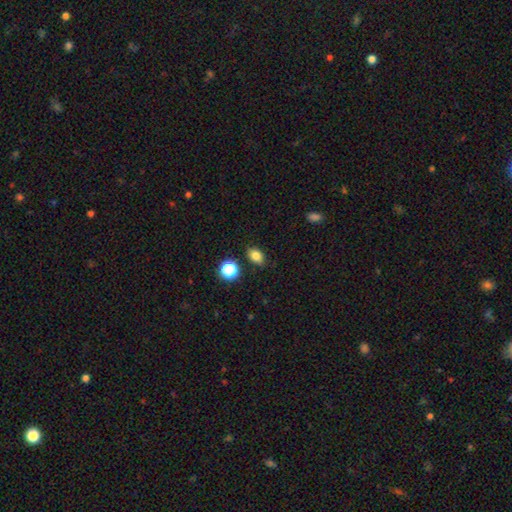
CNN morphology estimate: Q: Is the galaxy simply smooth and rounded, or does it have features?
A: smooth — 81%.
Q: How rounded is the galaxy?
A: in between — 73%.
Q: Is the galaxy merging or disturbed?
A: none — 83%.